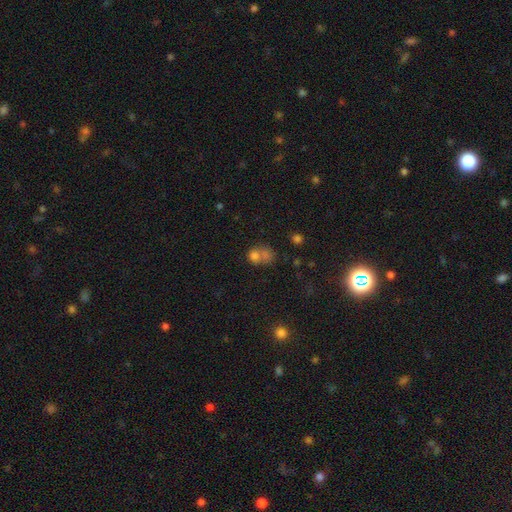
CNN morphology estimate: A smooth galaxy with no disk features (71%) that is round (64%). Merging: merger (54%).